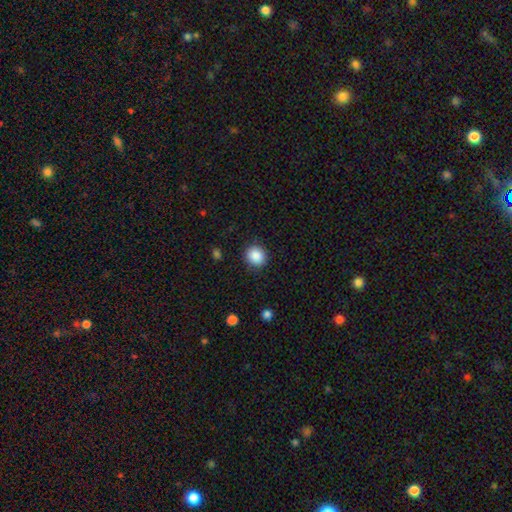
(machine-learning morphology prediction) Q: Smooth or featured?
A: smooth (88%); runner-up: star or artifact (9%)
Q: How rounded?
A: round (83%); runner-up: in between (16%)
Q: Merging?
A: none (88%); runner-up: minor disturbance (8%)